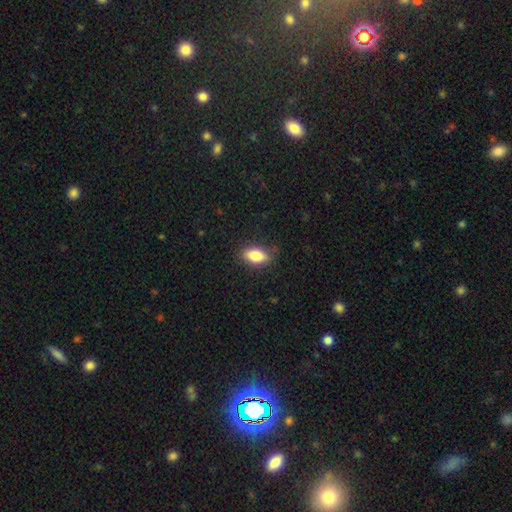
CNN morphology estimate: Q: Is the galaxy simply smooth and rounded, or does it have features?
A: smooth — 82%.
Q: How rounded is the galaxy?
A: in between — 88%.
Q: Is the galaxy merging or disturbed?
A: none — 82%.